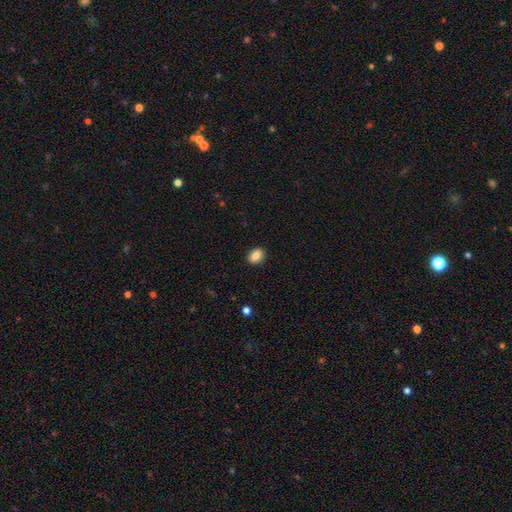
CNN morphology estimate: A smooth galaxy with no disk features (84%) that is in between round and cigar-shaped (66%). Merging: none (89%).